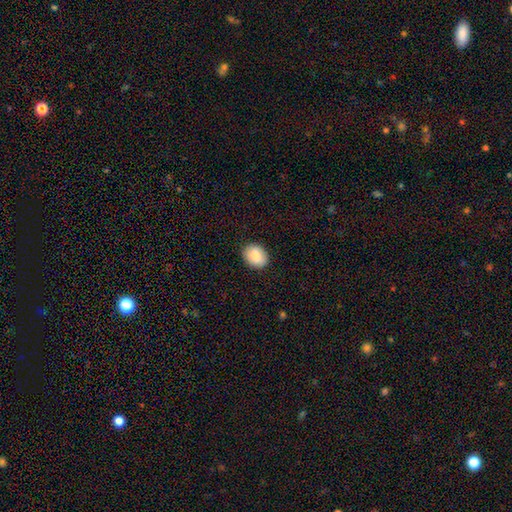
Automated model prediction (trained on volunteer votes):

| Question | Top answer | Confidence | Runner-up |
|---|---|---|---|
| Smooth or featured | smooth | 85% | featured or disk (9%) |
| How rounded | in between | 61% | round (38%) |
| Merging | none | 87% | minor disturbance (10%) |